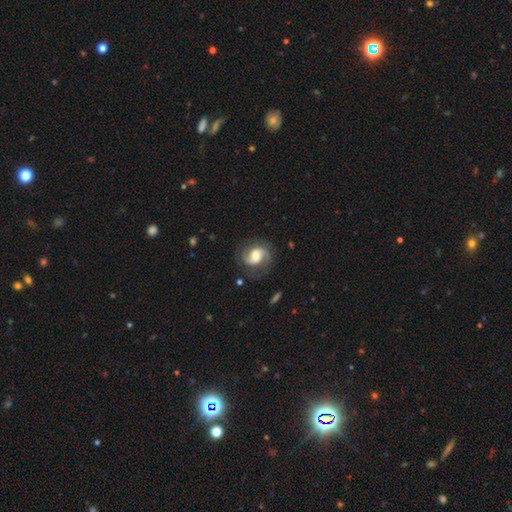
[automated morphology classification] A featured or disk galaxy (80%) with a weak bar (47%), 2 (86%) medium (51%) spiral arms (95%) and a moderate central bulge (52%). Merging: none (74%).